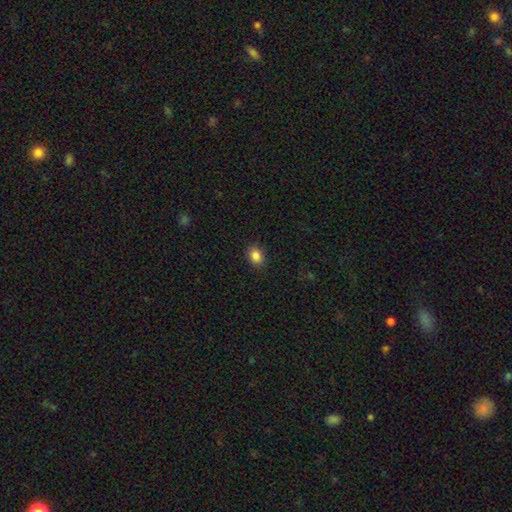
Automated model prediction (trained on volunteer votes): This is clearly a smooth galaxy (86%). How rounded: likely in between (61%). Merging: clearly none (89%).